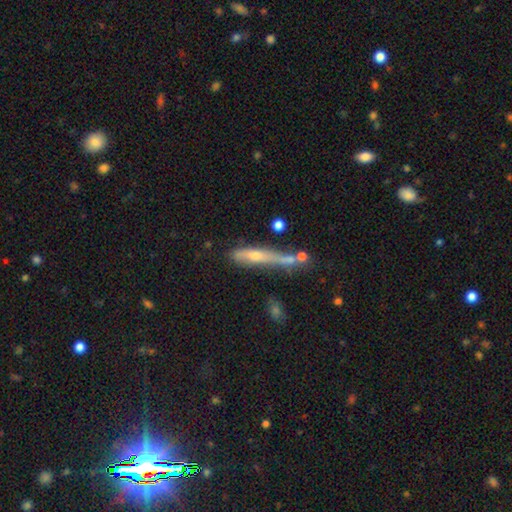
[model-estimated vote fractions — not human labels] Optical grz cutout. It shows a featured or disk galaxy (54%) viewed edge-on (85%). Merging: none (53%).